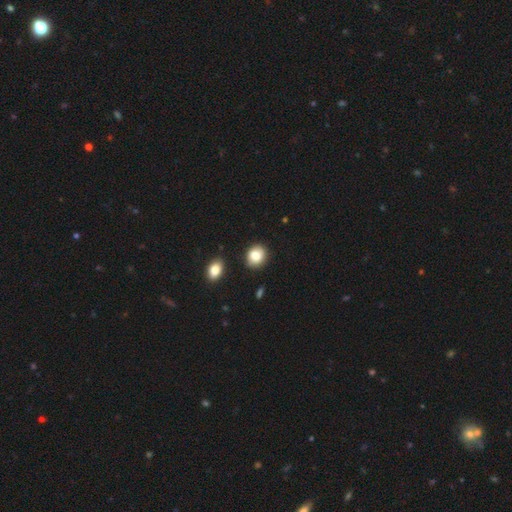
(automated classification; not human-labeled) This is clearly a smooth galaxy (84%). How rounded: likely round (64%). Merging: clearly none (80%).